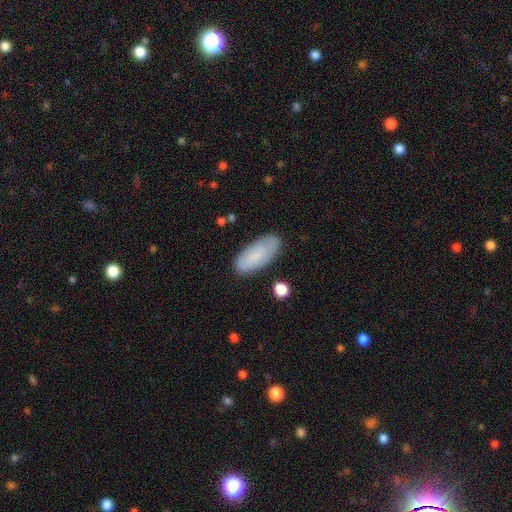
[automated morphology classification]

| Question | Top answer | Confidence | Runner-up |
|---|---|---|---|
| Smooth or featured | smooth | 74% | featured or disk (19%) |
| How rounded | in between | 85% | cigar-shaped (13%) |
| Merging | none | 78% | minor disturbance (16%) |